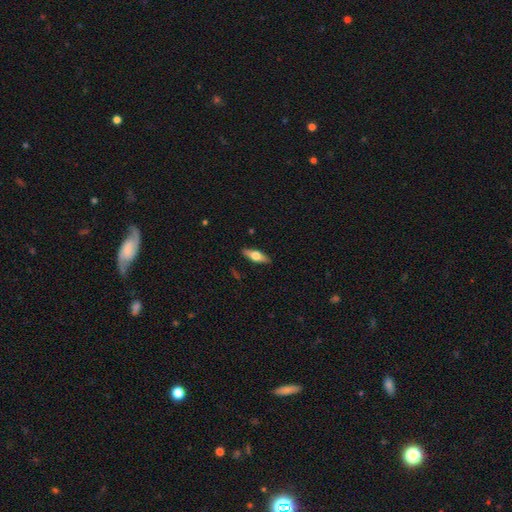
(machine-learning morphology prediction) smooth-or-featured: featured or disk: 47% | smooth: 46% | star or artifact: 6%
  merging: none: 89% | minor disturbance: 8% | major disturbance: 2% | merger: 1%